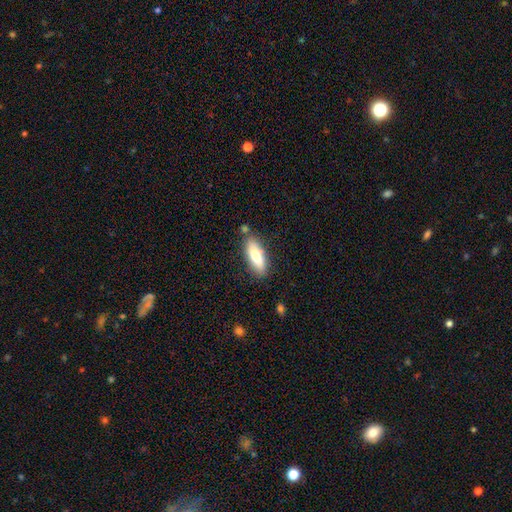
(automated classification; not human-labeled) Overall: smooth (73%). How rounded: in between (59%; cigar-shaped 39%). Merging: none (77%).